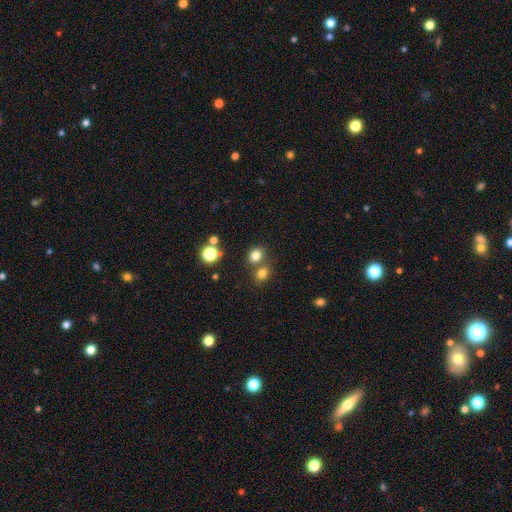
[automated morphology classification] The model was most divided on "merging": none: 63%, merger: 25%, minor disturbance: 9%, major disturbance: 3%. More confident: smooth or featured — smooth (77%); how rounded — round (71%).